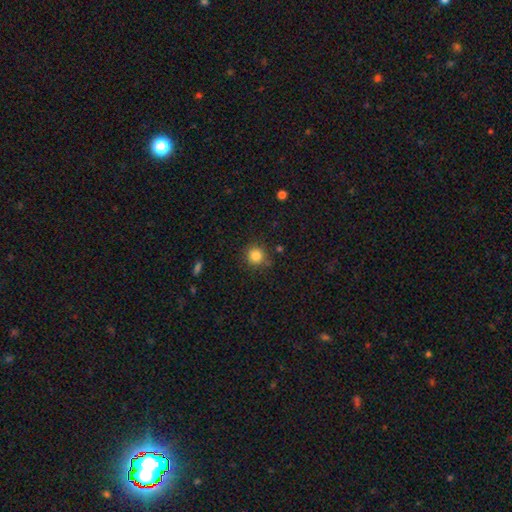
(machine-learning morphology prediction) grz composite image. It shows a smooth galaxy with no disk features (83%) that is round (93%). Merging: none (85%).